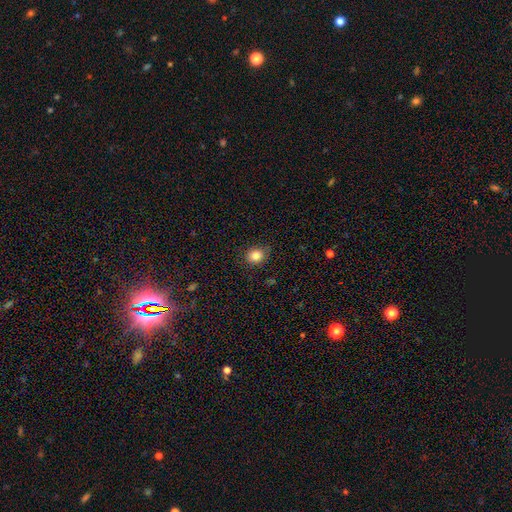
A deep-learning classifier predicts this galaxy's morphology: Smooth or featured? Predicted: smooth (p=0.84). How rounded? Predicted: round (p=0.64). Merging? Predicted: none (p=0.81).